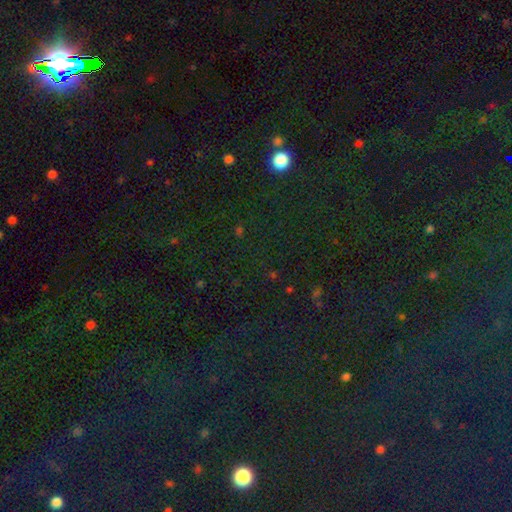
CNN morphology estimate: Smooth or featured?
  - star or artifact: 78% *
  - smooth: 14%
  - featured or disk: 8%